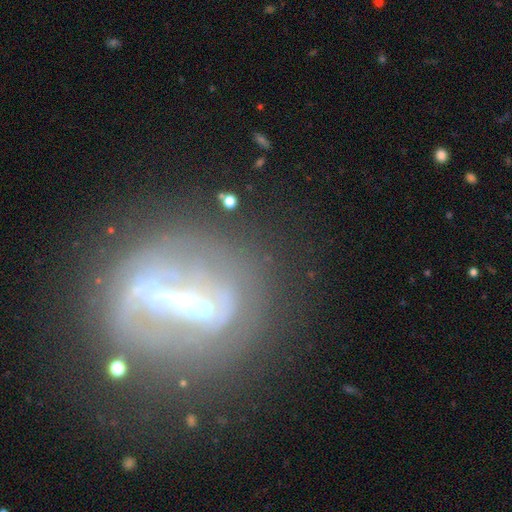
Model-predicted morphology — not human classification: smooth-or-featured: featured or disk: 75% | smooth: 13% | star or artifact: 12%
  disk-edge-on: no: 82% | yes: 18%
    bar: strong: 79% | weak: 13% | no: 9%
    has-spiral-arms: yes: 51% | no: 49%
    bulge-size: small: 37% | none: 31% | moderate: 22% | large: 7% | dominant: 3%
  merging: none: 60% | major disturbance: 18% | minor disturbance: 17% | merger: 5%